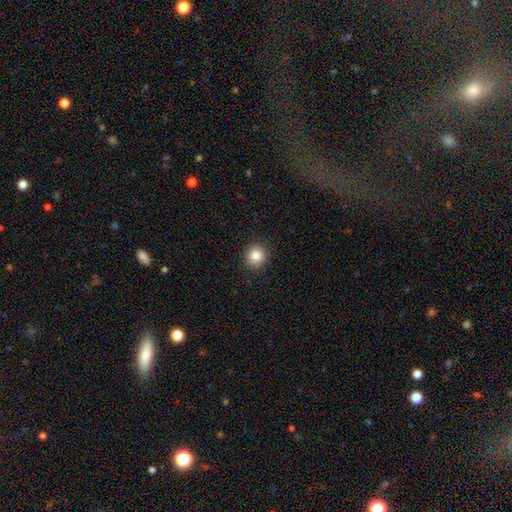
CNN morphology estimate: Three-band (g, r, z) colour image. It shows a smooth galaxy with no disk features (85%) that is round (90%). Merging: none (91%).